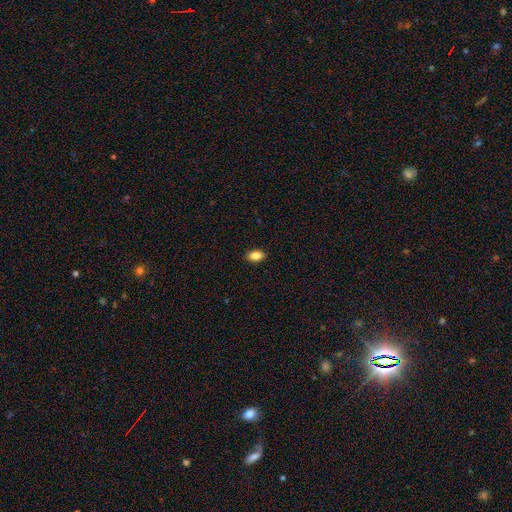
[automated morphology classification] Smooth or featured: smooth — 88% (star or artifact — 8%)
How rounded: in between — 88% (round — 11%)
Merging: none — 90% (minor disturbance — 7%)